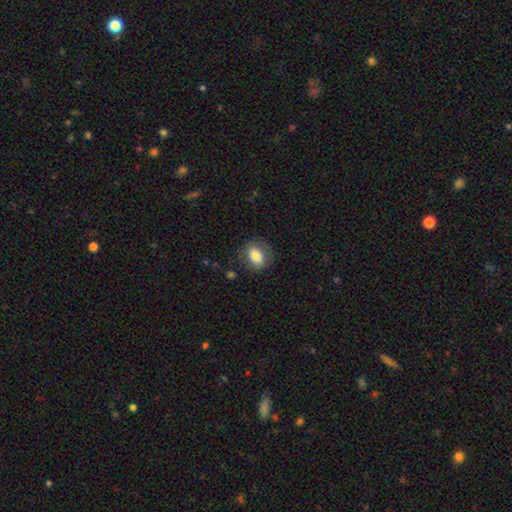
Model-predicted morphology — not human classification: type=smooth (80%); roundness=in between (68%); merging=none (75%).